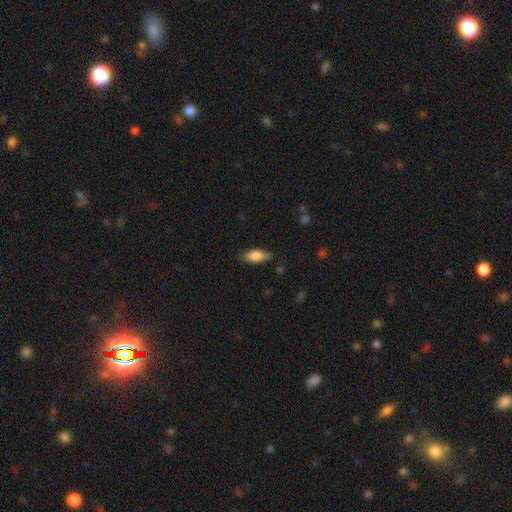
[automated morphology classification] This appears to be a smooth galaxy with no disk features (82%) that is in between round and cigar-shaped (77%). Merging: none (80%).